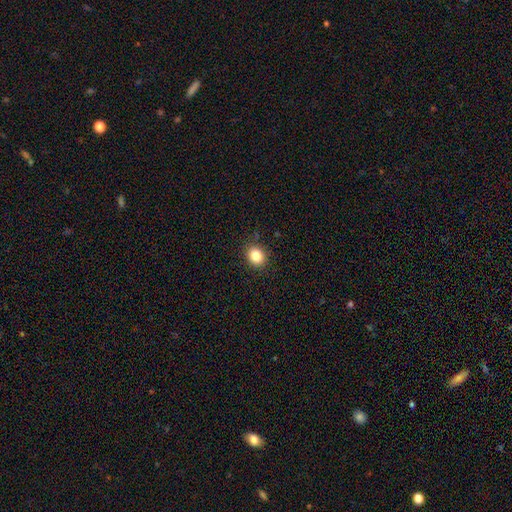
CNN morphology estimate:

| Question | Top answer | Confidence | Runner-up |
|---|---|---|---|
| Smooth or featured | smooth | 85% | star or artifact (10%) |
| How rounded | round | 64% | in between (35%) |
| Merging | none | 88% | minor disturbance (9%) |